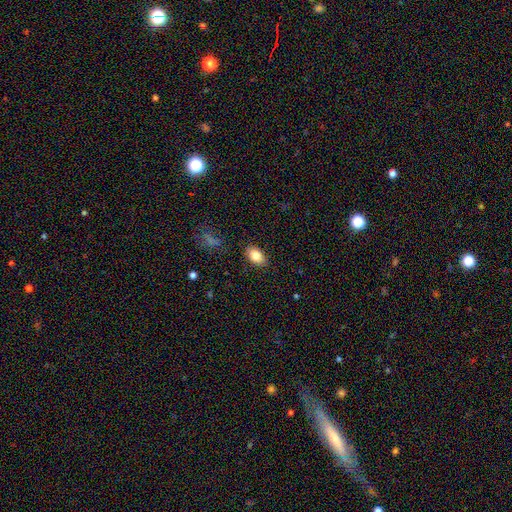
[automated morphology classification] type=smooth (82%); roundness=in between (90%); merging=none (87%).